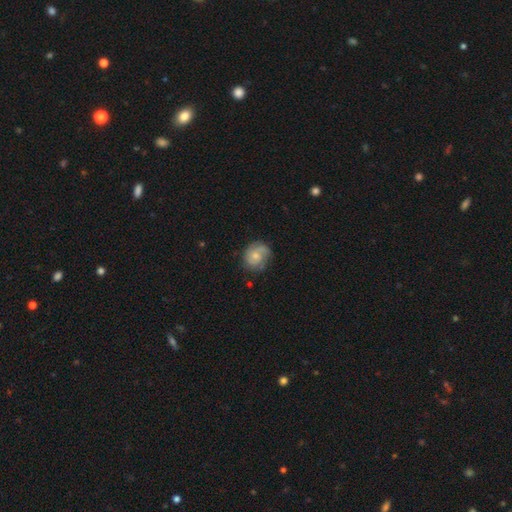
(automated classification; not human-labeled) A featured or disk galaxy (65%) with no bar (68%), 2 (50%) tight (47%) spiral arms (91%) and a small central bulge (49%). Merging: none (69%).